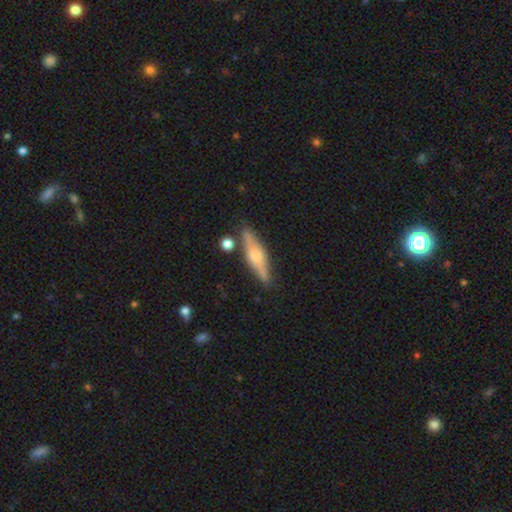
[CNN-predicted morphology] The model was most divided on "smooth or featured": featured or disk: 54%, smooth: 39%, star or artifact: 7%. More confident: edge-on disk — yes (93%); edge-on bulge — rounded (80%); merging — none (79%).